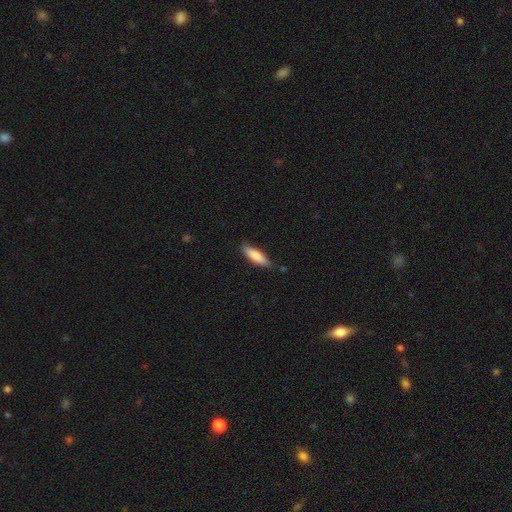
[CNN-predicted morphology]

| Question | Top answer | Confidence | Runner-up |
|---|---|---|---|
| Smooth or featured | smooth | 79% | featured or disk (15%) |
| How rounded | cigar-shaped | 54% | in between (45%) |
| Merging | none | 79% | minor disturbance (16%) |